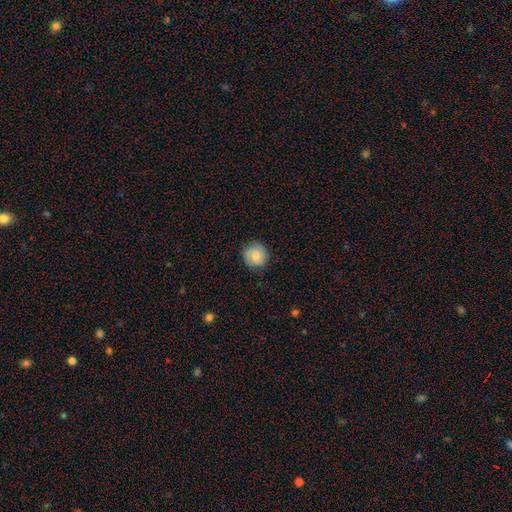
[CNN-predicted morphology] smooth-or-featured: smooth: 69% | featured or disk: 24% | star or artifact: 8%
  how-rounded: round: 91% | in between: 8% | cigar-shaped: 1%
  merging: none: 84% | minor disturbance: 12% | major disturbance: 3% | merger: 1%